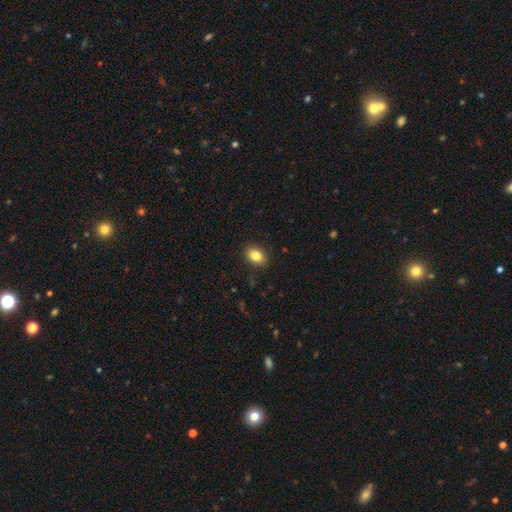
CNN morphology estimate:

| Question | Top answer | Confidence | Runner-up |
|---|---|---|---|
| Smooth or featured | smooth | 85% | star or artifact (9%) |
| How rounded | in between | 80% | round (19%) |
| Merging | none | 88% | minor disturbance (9%) |